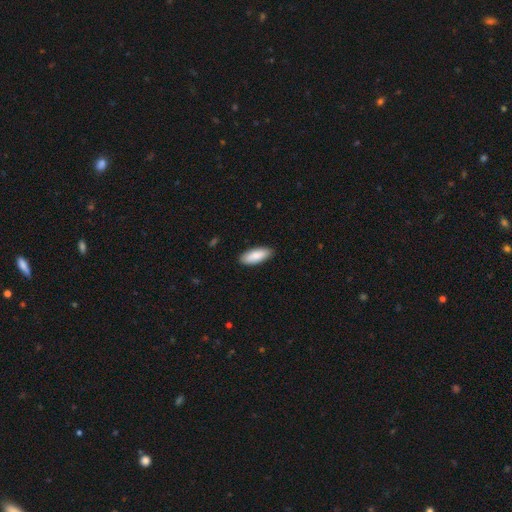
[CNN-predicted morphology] Smooth or featured? smooth (87%)
How rounded? in between (78%)
Merging? none (89%)